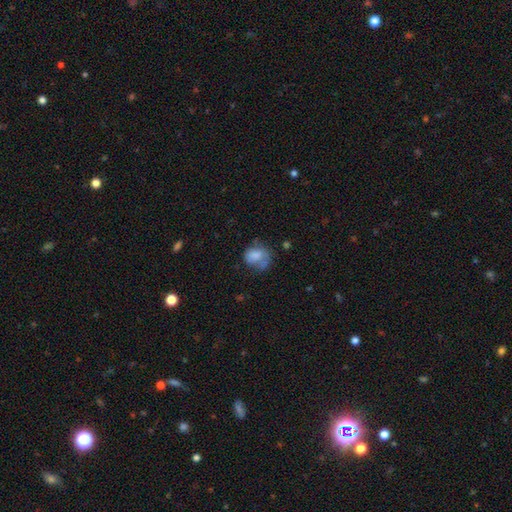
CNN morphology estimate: This appears to be a smooth galaxy with no disk features (66%) that is round (51%). Merging: none (38%).